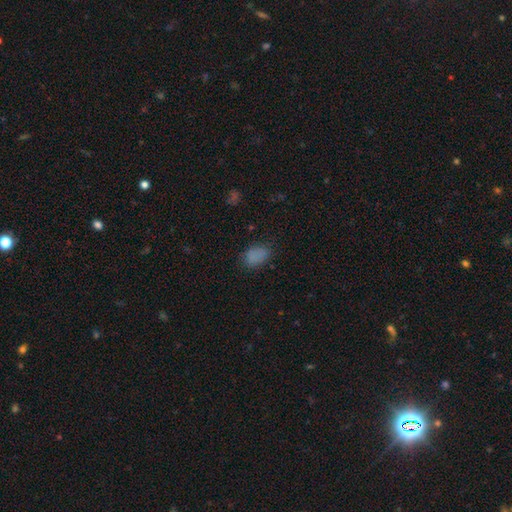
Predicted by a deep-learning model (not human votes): Overall: smooth (81%). How rounded: in between (83%). Merging: none (73%).